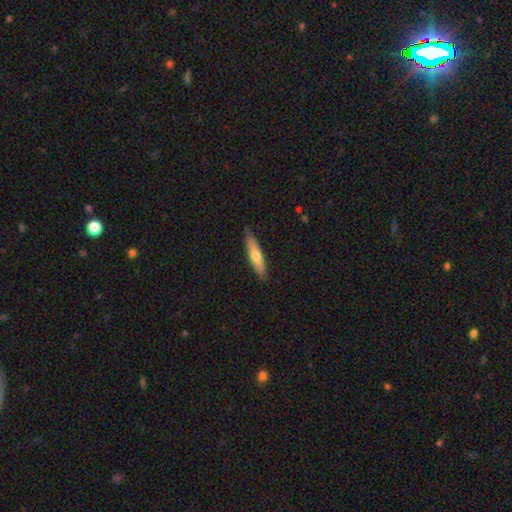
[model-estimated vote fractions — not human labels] smooth 60%, featured or disk 34%, star or artifact 6%. Down the decision tree: how rounded — cigar-shaped (81%); merging — none (86%).